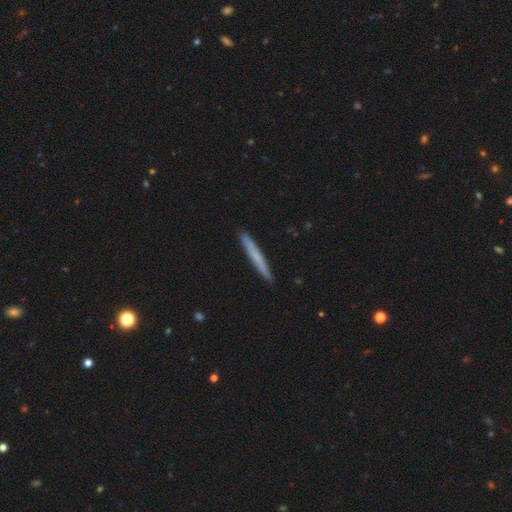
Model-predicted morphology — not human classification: Overall: smooth (63%; featured or disk 32%). How rounded: cigar-shaped (97%). Merging: none (92%).